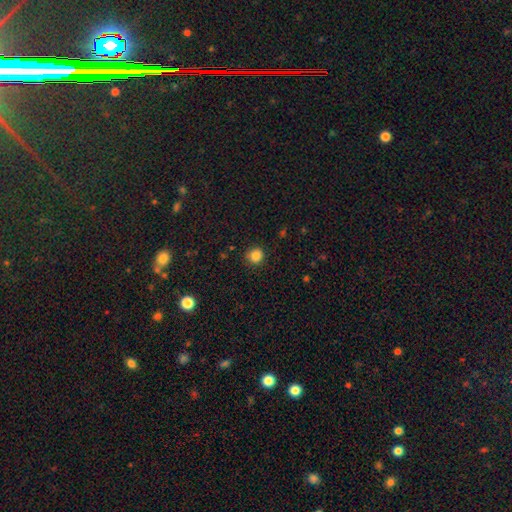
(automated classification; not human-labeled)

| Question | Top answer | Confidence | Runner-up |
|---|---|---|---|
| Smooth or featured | smooth | 84% | star or artifact (12%) |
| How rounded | round | 91% | in between (8%) |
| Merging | none | 88% | minor disturbance (8%) |